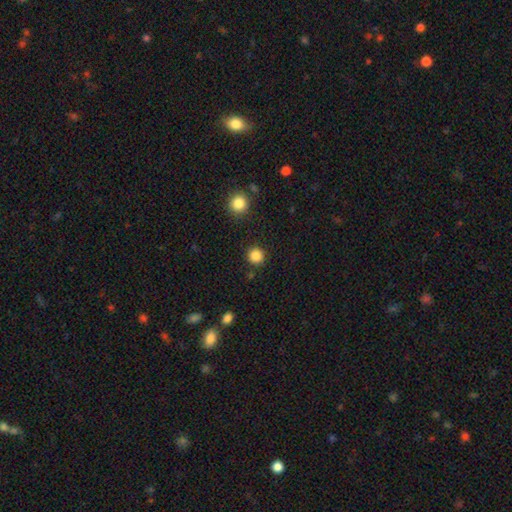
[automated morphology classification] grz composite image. It shows a smooth galaxy with no disk features (86%) that is round (94%). Merging: none (90%).